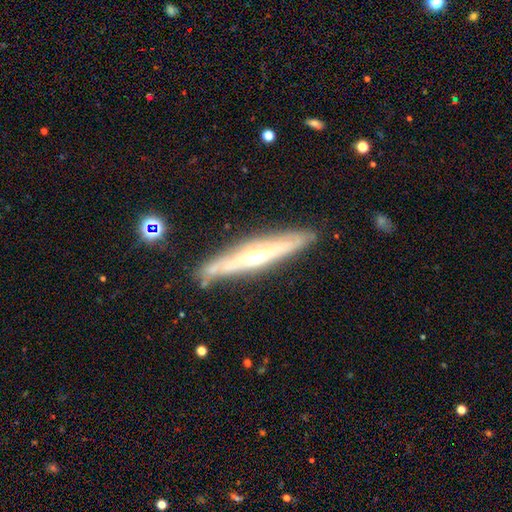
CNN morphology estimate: The model was most divided on "smooth or featured": featured or disk: 68%, smooth: 25%, star or artifact: 6%. More confident: edge-on bulge — rounded (84%); merging — none (82%); edge-on disk — yes (81%).